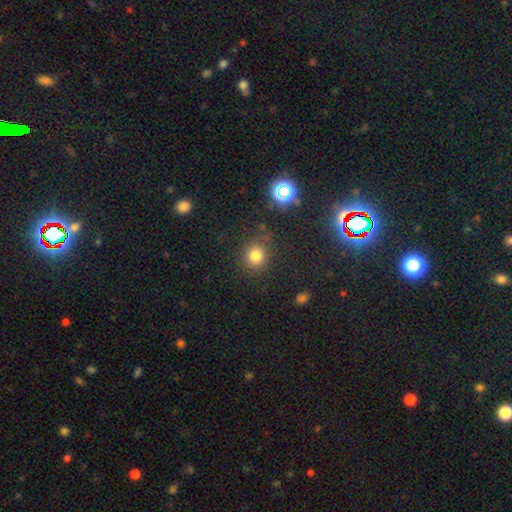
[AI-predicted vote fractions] Morphology: type=smooth (76%); roundness=round (85%); merging=none (80%).